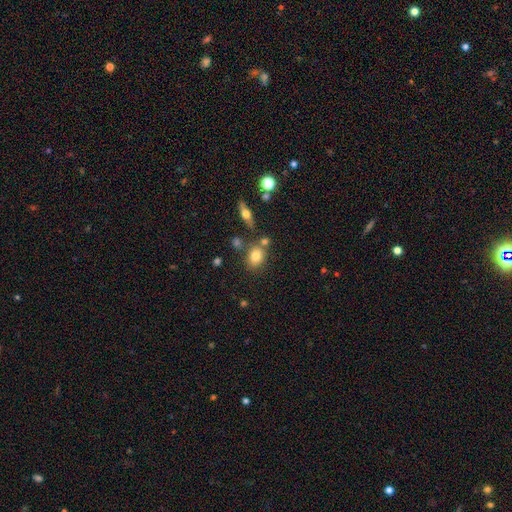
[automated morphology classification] Q: Smooth or featured?
A: smooth (78%); runner-up: featured or disk (13%)
Q: How rounded?
A: in between (66%); runner-up: round (32%)
Q: Merging?
A: none (67%); runner-up: merger (16%)